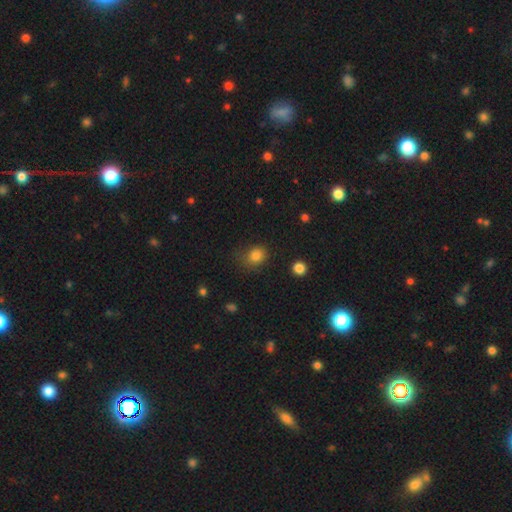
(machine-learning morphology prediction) Smooth or featured: smooth — 81% (star or artifact — 13%)
How rounded: round — 67% (in between — 32%)
Merging: none — 67% (minor disturbance — 22%)